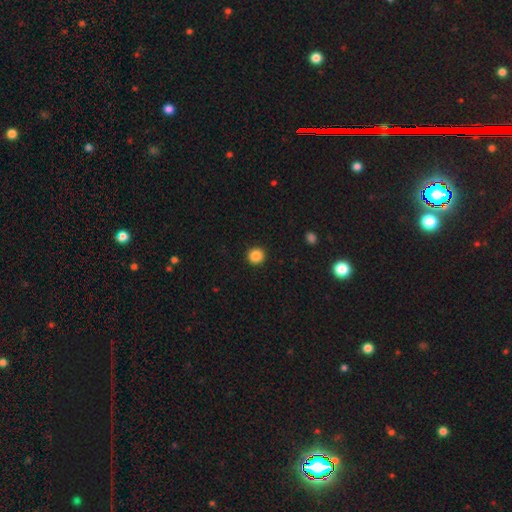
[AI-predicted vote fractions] Smooth or featured?
  - smooth: 86% *
  - star or artifact: 10%
  - featured or disk: 3%
How rounded?
  - round: 93% *
  - in between: 6%
  - cigar-shaped: 1%
Merging?
  - none: 93% *
  - minor disturbance: 5%
  - major disturbance: 2%
  - merger: 1%